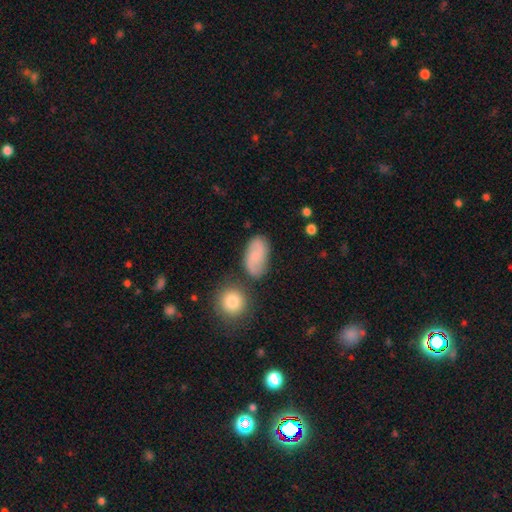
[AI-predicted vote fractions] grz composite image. It shows a smooth galaxy with no disk features (54%) that is in between round and cigar-shaped (89%). Merging: none (71%).